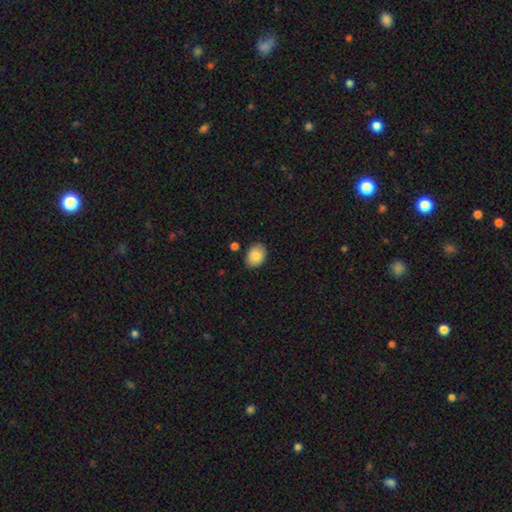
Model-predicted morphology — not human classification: smooth_or_featured: smooth (p=0.87) [alt: star or artifact p=0.07]
how_rounded: in between (p=0.73) [alt: round p=0.26]
merging: none (p=0.85) [alt: minor disturbance p=0.10]